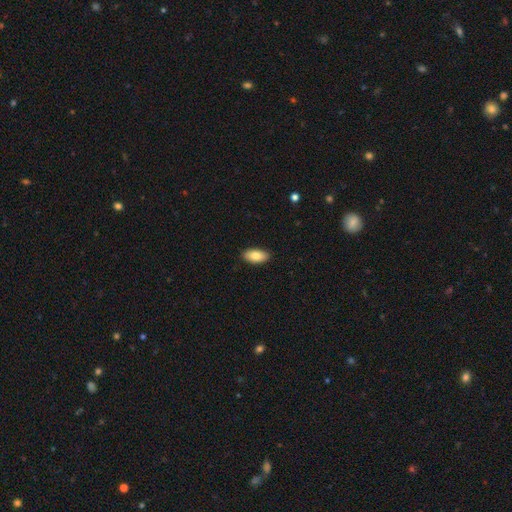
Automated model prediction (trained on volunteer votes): Smooth or featured?
  - smooth: 82% *
  - featured or disk: 12%
  - star or artifact: 6%
How rounded?
  - in between: 92% *
  - cigar-shaped: 5%
  - round: 3%
Merging?
  - none: 90% *
  - minor disturbance: 7%
  - major disturbance: 2%
  - merger: 1%